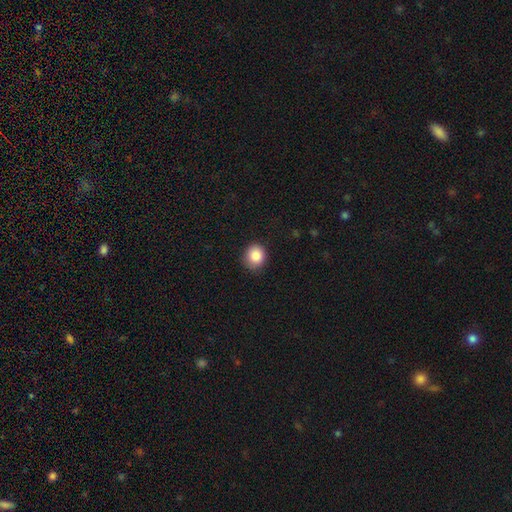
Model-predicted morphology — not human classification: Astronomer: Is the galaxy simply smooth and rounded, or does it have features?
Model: smooth — 86%.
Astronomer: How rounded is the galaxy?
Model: round — 78%.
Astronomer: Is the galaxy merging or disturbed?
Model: none — 87%.